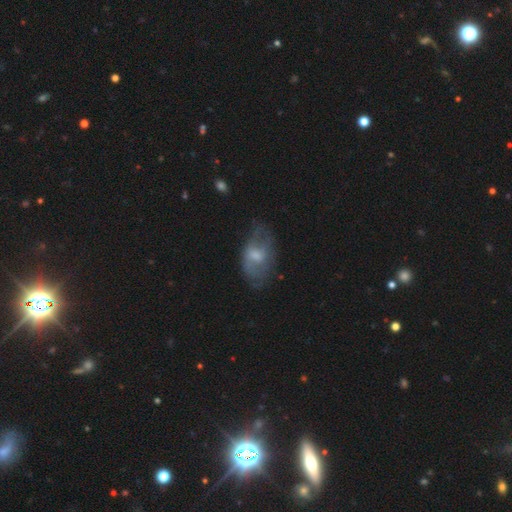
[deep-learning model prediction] Smooth or featured? featured or disk (48%)
Merging? none (51%)